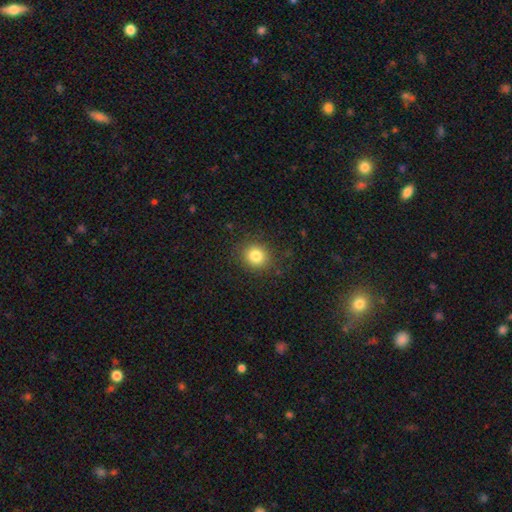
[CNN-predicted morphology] Overall: smooth (82%). How rounded: round (81%). Merging: none (87%).